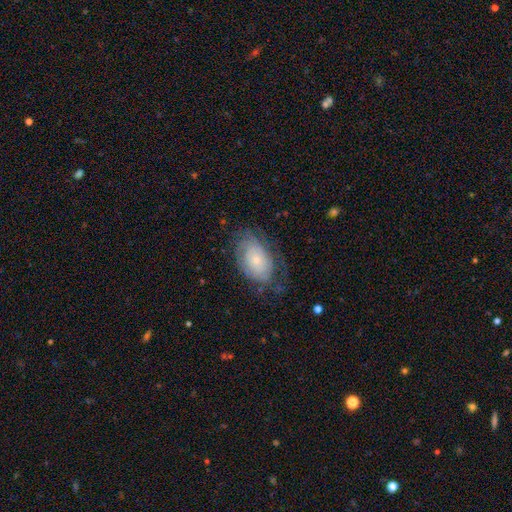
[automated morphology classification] A featured or disk galaxy (49%). Merging: none (67%).